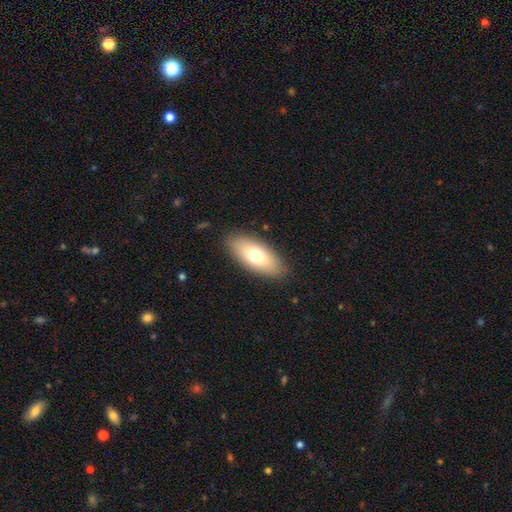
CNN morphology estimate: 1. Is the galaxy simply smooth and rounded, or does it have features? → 70% smooth, 23% featured or disk, 7% star or artifact.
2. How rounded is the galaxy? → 86% in between, 11% cigar-shaped, 3% round.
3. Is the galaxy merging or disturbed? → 87% none, 10% minor disturbance, 3% major disturbance, 1% merger.